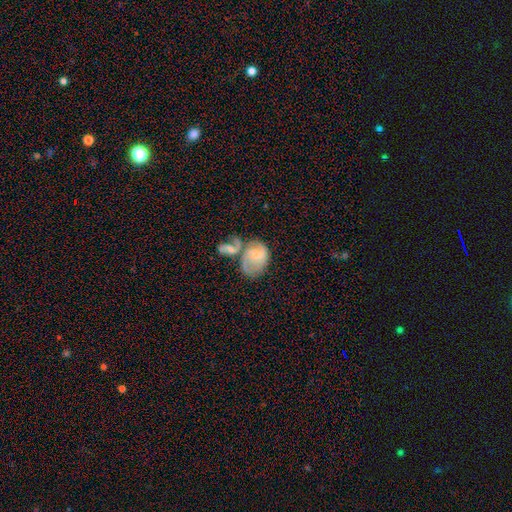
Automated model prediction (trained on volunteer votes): smooth-or-featured: featured or disk: 62% | smooth: 30% | star or artifact: 8%
  disk-edge-on: no: 97% | yes: 3%
    bar: weak: 45% | no: 43% | strong: 12%
    has-spiral-arms: yes: 85% | no: 15%
      spiral-winding: medium: 46% | loose: 28% | tight: 26%
      spiral-arm-count: 2: 62% | can't tell: 18% | 1: 10% | 3: 7% | 4: 2% | more than 4: 2%
    bulge-size: small: 53% | moderate: 24% | none: 19% | large: 3% | dominant: 1%
  merging: merger: 52% | none: 21% | major disturbance: 14% | minor disturbance: 13%